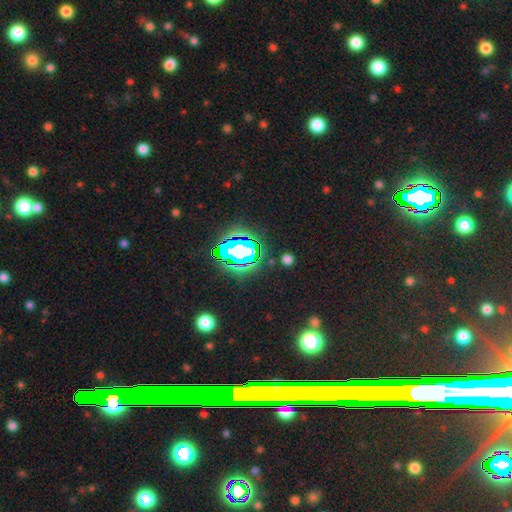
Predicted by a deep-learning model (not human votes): Smooth or featured: star or artifact — 74% (smooth — 15%)